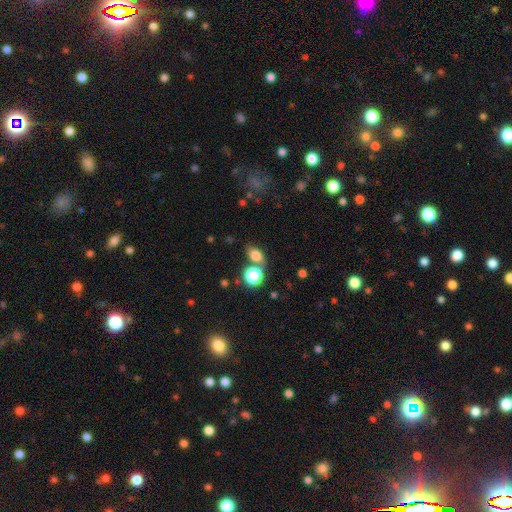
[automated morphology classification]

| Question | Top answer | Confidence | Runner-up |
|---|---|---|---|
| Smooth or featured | smooth | 74% | star or artifact (16%) |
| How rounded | in between | 66% | round (31%) |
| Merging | none | 61% | merger (20%) |